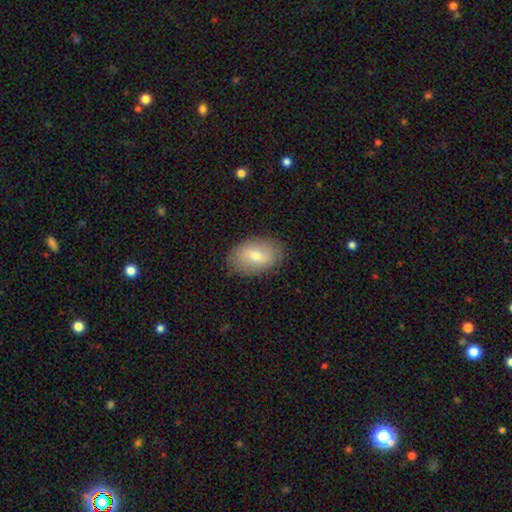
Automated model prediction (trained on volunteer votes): A smooth galaxy with no disk features (64%) that is in between round and cigar-shaped (89%).

Vote fractions:
- Smooth or featured? smooth: 64% / featured or disk: 28% / star or artifact: 7%
- How rounded? in between: 89% / round: 9% / cigar-shaped: 2%
- Merging? none: 85% / minor disturbance: 11% / major disturbance: 3% / merger: 1%